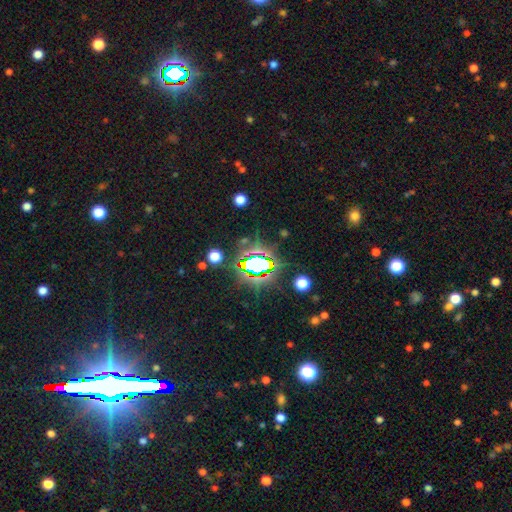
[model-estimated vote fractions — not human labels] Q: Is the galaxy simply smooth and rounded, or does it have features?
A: star or artifact — 82%.